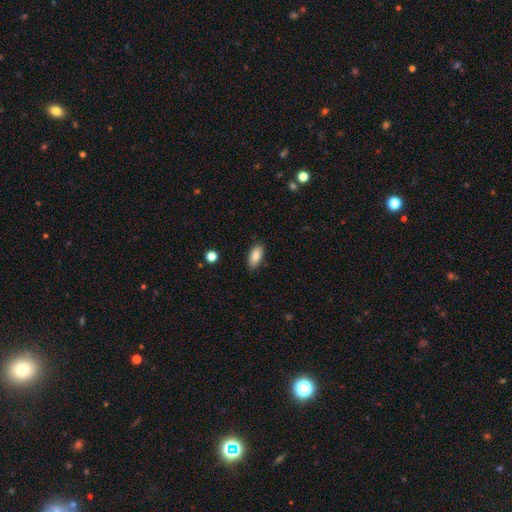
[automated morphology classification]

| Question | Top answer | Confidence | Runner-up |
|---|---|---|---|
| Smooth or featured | smooth | 84% | featured or disk (9%) |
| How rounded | in between | 90% | cigar-shaped (7%) |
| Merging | none | 82% | minor disturbance (14%) |